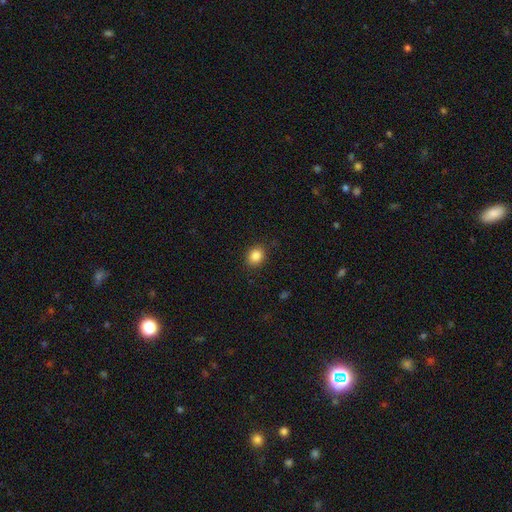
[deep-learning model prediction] smooth-or-featured: smooth: 86% | star or artifact: 10% | featured or disk: 4%
  how-rounded: round: 60% | in between: 40% | cigar-shaped: 1%
  merging: none: 87% | minor disturbance: 10% | major disturbance: 3% | merger: 1%